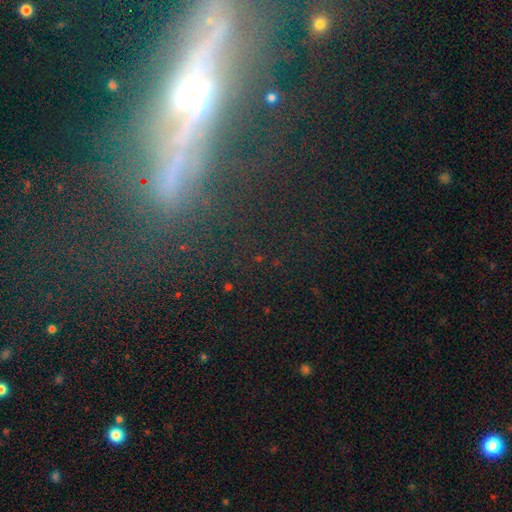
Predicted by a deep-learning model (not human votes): This appears to be a featured or disk galaxy (65%) viewed edge-on (72%). Merging: none (65%).